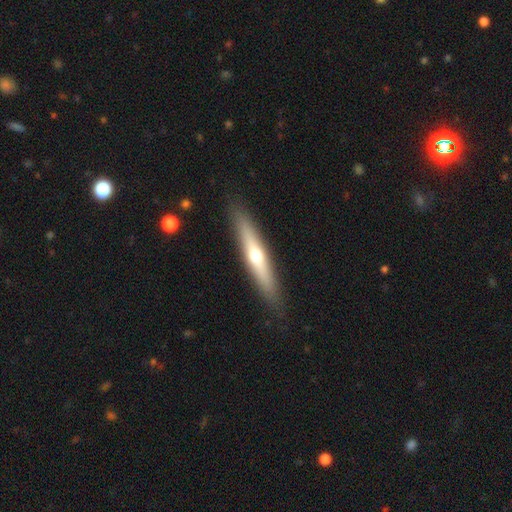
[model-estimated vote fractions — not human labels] Q: Smooth or featured?
A: featured or disk (50%); runner-up: smooth (44%)
Q: Edge-on disk?
A: yes (90%); runner-up: no (10%)
Q: Merging?
A: none (89%); runner-up: minor disturbance (8%)